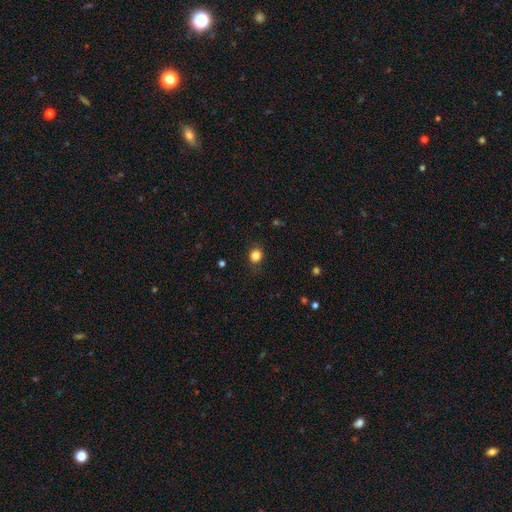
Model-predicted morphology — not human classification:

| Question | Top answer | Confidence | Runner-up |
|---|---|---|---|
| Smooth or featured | smooth | 84% | star or artifact (12%) |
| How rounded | round | 75% | in between (24%) |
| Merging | none | 84% | minor disturbance (12%) |